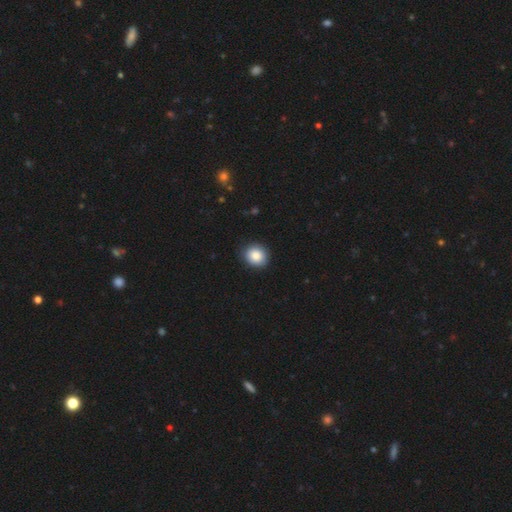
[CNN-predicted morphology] This appears to be a smooth galaxy with no disk features (87%) that is round (84%). Merging: none (88%).